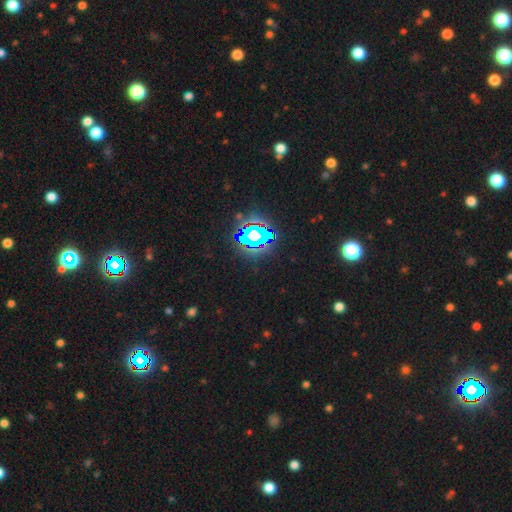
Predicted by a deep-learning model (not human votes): Morphology: type=star or artifact (82%).